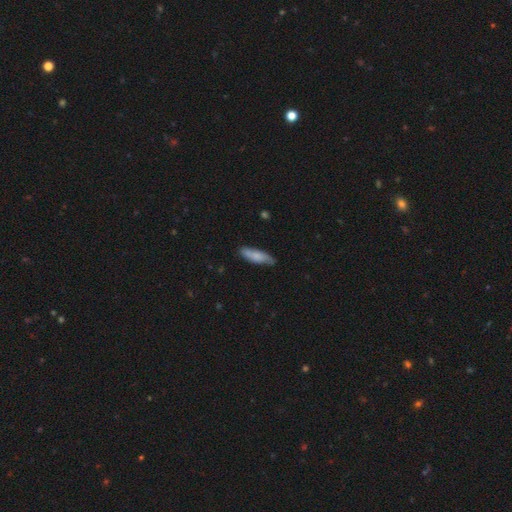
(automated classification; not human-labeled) smooth 74%, featured or disk 20%, star or artifact 6%. Down the decision tree: how rounded — cigar-shaped (60%); merging — none (75%).